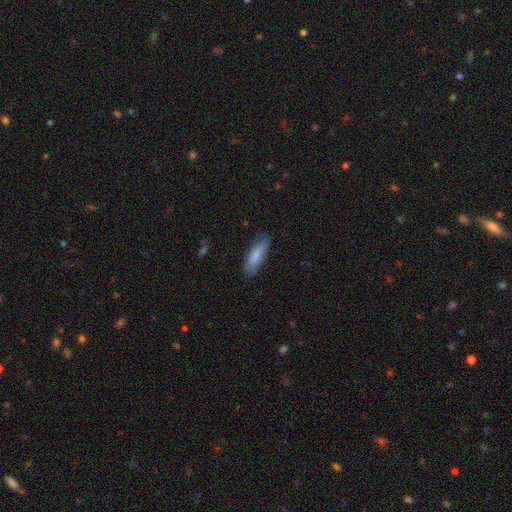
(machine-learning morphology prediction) smooth_or_featured: smooth (p=0.79) [alt: featured or disk p=0.15]
how_rounded: in between (p=0.57) [alt: cigar-shaped p=0.42]
merging: none (p=0.78) [alt: minor disturbance p=0.17]